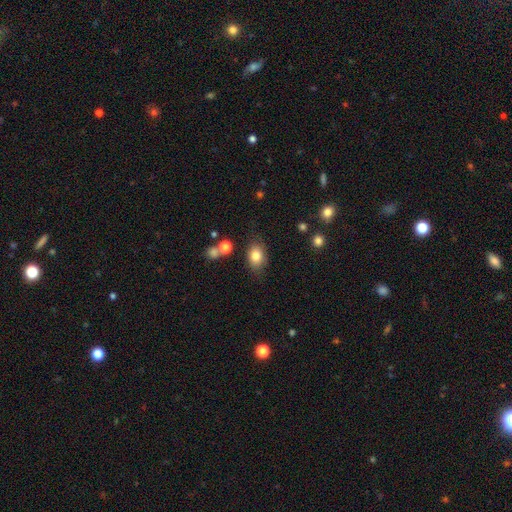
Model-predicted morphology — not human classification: smooth-or-featured: smooth: 81% | featured or disk: 10% | star or artifact: 9%
  how-rounded: in between: 74% | round: 24% | cigar-shaped: 1%
  merging: none: 76% | minor disturbance: 16% | major disturbance: 4% | merger: 4%